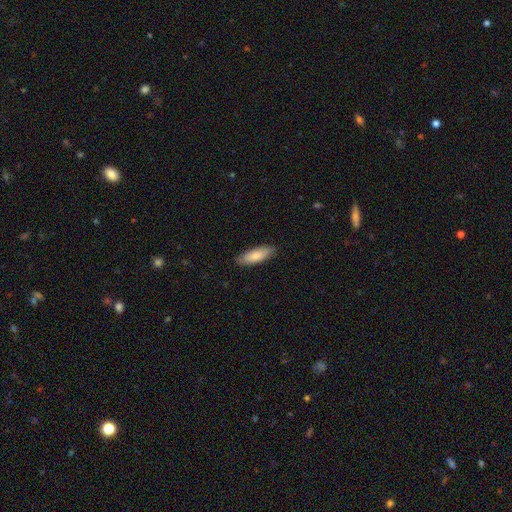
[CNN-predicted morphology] This appears to be a smooth galaxy with no disk features (82%) that is in between round and cigar-shaped (63%). Merging: none (88%).